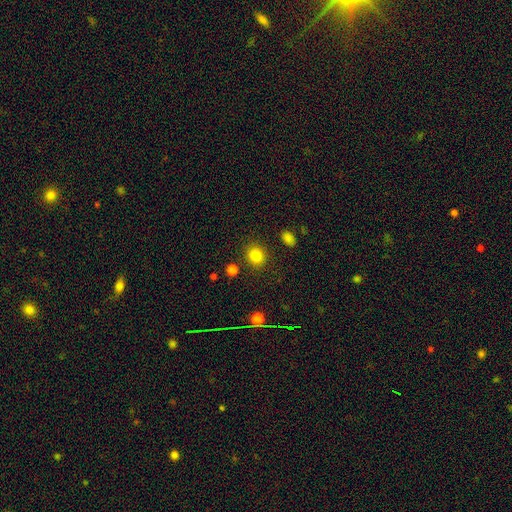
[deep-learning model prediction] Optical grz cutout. It shows a smooth galaxy with no disk features (83%) that is round (77%). Merging: none (87%).